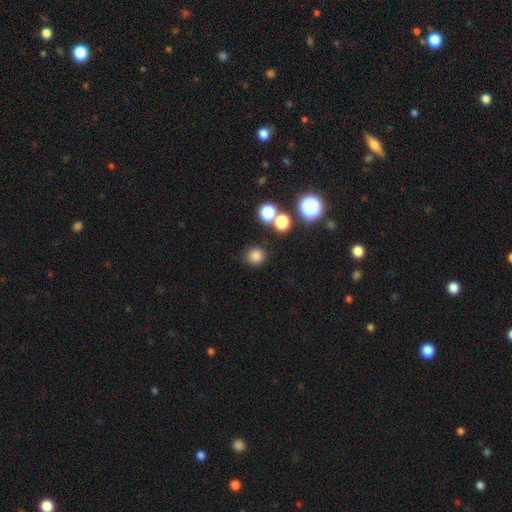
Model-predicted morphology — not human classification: A smooth galaxy with no disk features (80%) that is round (91%). Merging: none (83%).